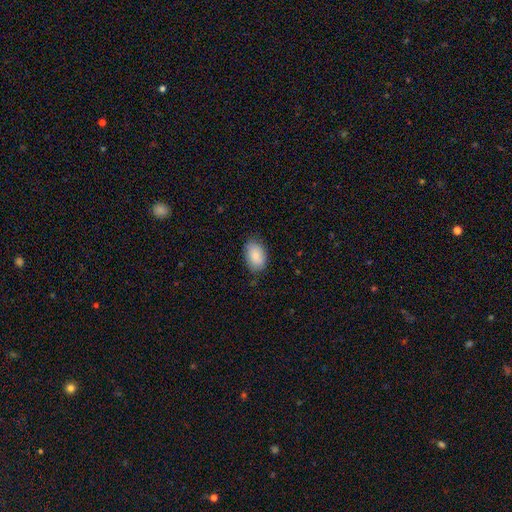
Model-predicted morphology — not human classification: This is clearly a smooth galaxy (89%). How rounded: clearly in between (90%). Merging: likely none (80%).